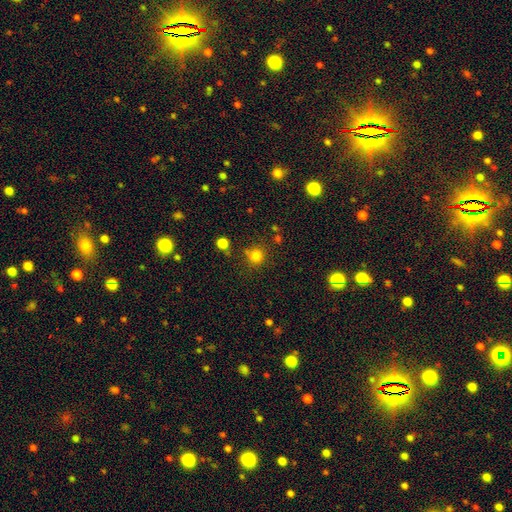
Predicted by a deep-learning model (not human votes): This appears to be a smooth galaxy with no disk features (80%) that is round (90%). Merging: none (77%).